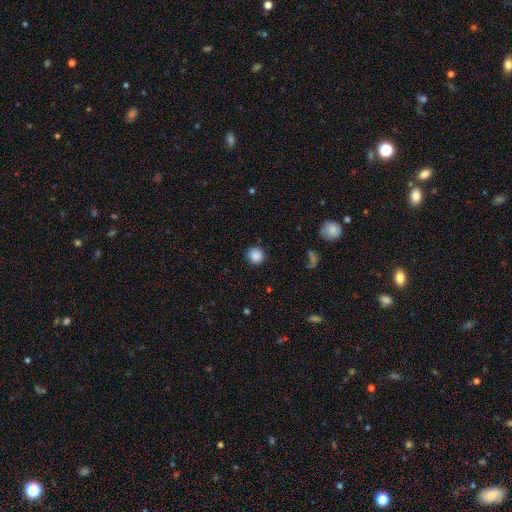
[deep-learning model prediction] A smooth galaxy with no disk features (86%) that is round (90%).

Vote fractions:
- Smooth or featured? smooth: 86% / star or artifact: 10% / featured or disk: 4%
- How rounded? round: 90% / in between: 9% / cigar-shaped: 1%
- Merging? none: 86% / minor disturbance: 9% / major disturbance: 3% / merger: 2%